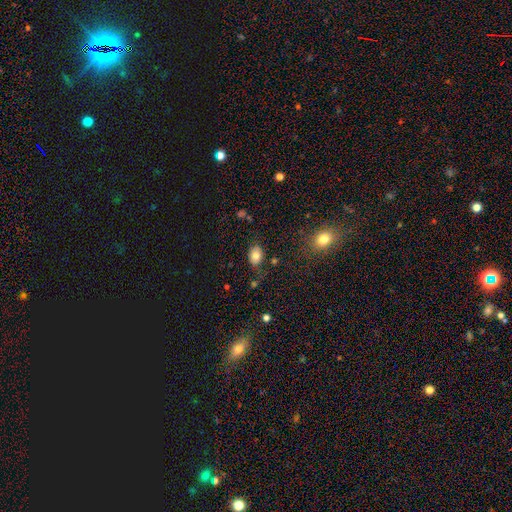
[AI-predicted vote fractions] Overall: smooth (79%). How rounded: in between (80%). Merging: none (79%).